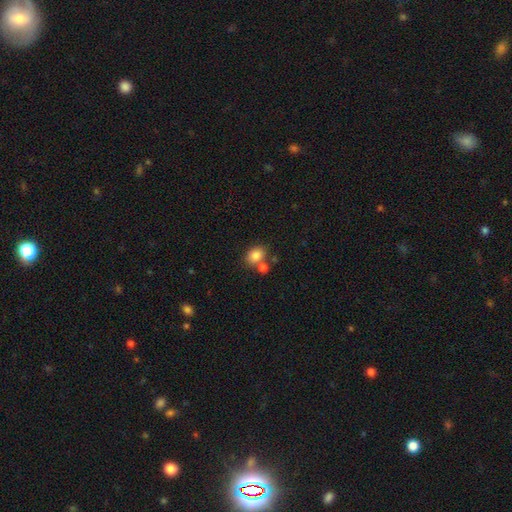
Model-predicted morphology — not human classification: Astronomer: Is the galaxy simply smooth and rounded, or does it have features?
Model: smooth — 83%.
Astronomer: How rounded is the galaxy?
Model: in between — 54% (runner-up: round, 45%).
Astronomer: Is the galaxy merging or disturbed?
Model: none — 58%.